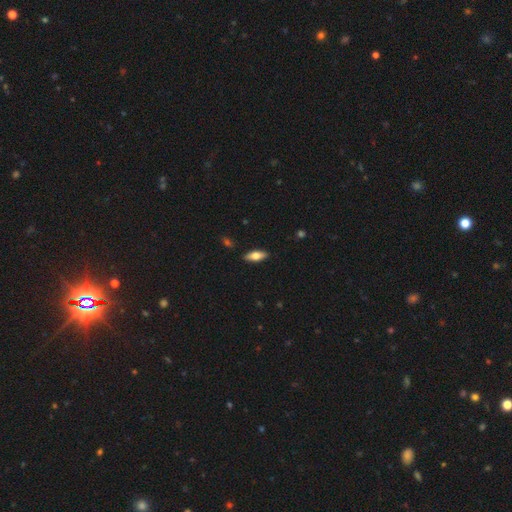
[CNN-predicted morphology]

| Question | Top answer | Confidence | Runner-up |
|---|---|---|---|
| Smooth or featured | smooth | 65% | featured or disk (29%) |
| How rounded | in between | 74% | cigar-shaped (23%) |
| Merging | none | 89% | minor disturbance (8%) |